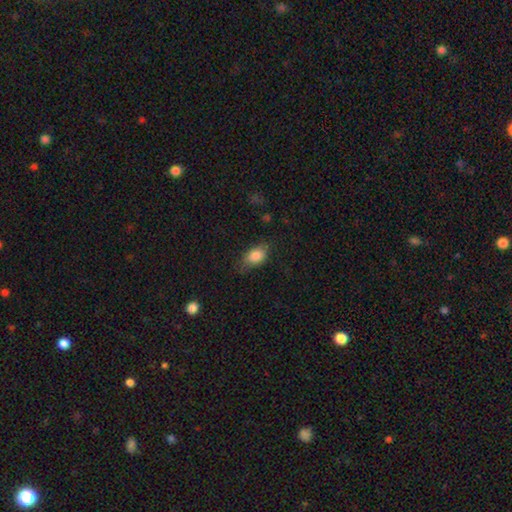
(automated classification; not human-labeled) smooth 82%, featured or disk 10%, star or artifact 8%. Down the decision tree: how rounded — in between (85%); merging — none (69%).